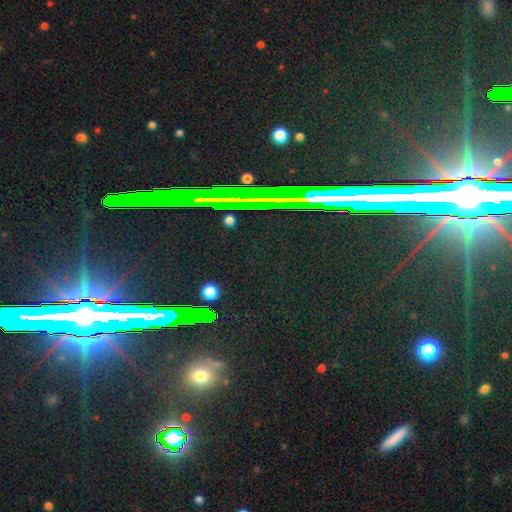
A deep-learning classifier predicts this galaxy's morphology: Smooth or featured?
  - star or artifact: 81% *
  - featured or disk: 10%
  - smooth: 9%